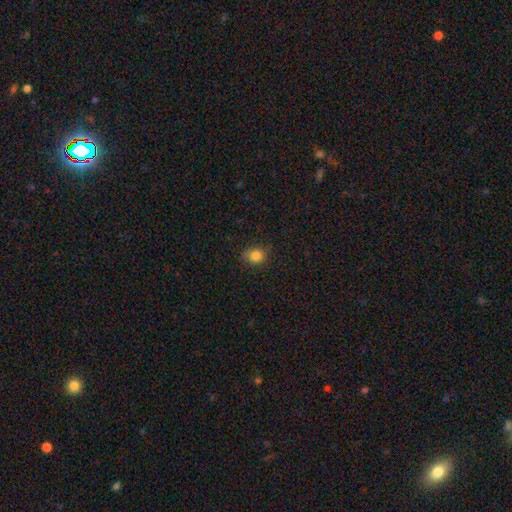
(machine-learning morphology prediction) smooth 82%, star or artifact 12%, featured or disk 6%. Down the decision tree: how rounded — round (67%); merging — none (75%).